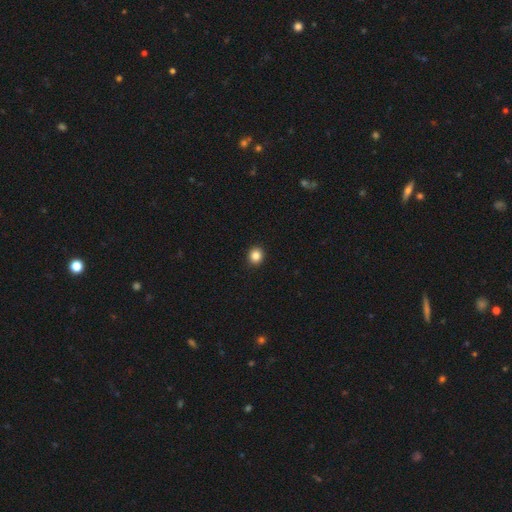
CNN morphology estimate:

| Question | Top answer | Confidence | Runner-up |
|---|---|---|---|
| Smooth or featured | smooth | 85% | star or artifact (11%) |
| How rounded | round | 86% | in between (13%) |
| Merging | none | 93% | minor disturbance (4%) |